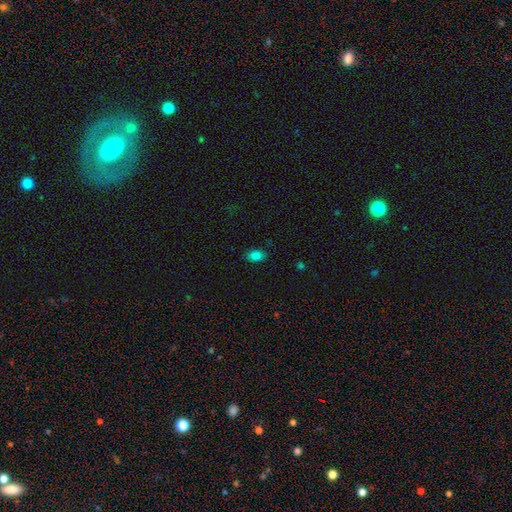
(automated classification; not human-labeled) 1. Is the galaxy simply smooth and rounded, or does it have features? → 83% smooth, 11% star or artifact, 6% featured or disk.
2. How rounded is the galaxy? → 86% in between, 12% round, 2% cigar-shaped.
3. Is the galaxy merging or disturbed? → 85% none, 11% minor disturbance, 3% major disturbance, 1% merger.